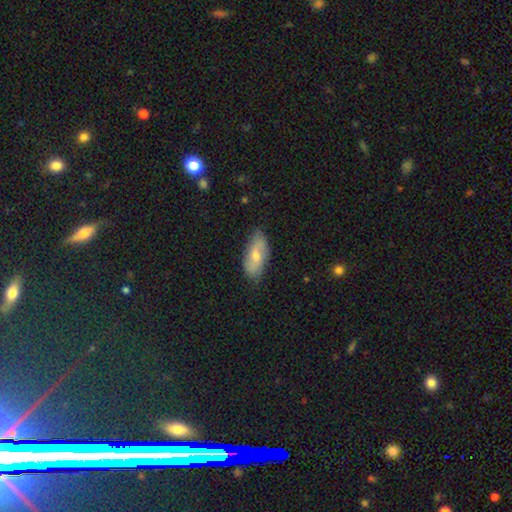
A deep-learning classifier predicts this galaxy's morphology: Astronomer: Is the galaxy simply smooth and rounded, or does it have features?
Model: smooth — 49% (runner-up: featured or disk, 43%).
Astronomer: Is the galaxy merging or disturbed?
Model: none — 79%.